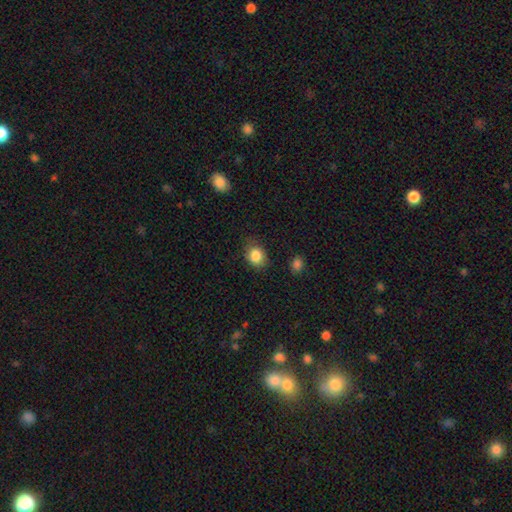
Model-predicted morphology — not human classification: Smooth or featured? smooth (85%)
How rounded? in between (53%)
Merging? none (78%)